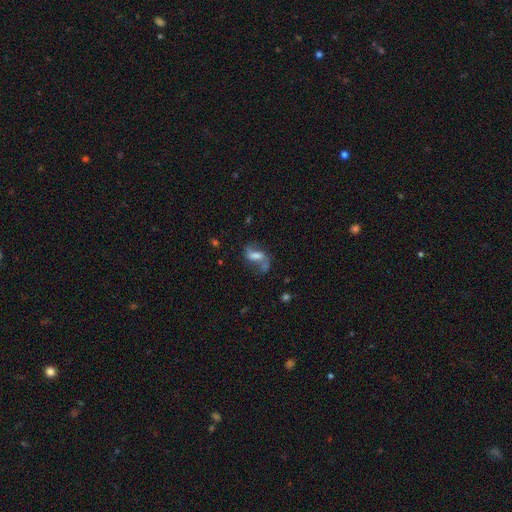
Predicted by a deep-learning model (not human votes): smooth-or-featured: featured or disk: 58% | smooth: 31% | star or artifact: 11%
  disk-edge-on: no: 93% | yes: 7%
    bar: weak: 41% | no: 31% | strong: 28%
    has-spiral-arms: yes: 79% | no: 21%
    bulge-size: moderate: 35% | small: 23% | none: 21% | large: 18% | dominant: 3%
  merging: none: 48% | major disturbance: 20% | minor disturbance: 20% | merger: 11%